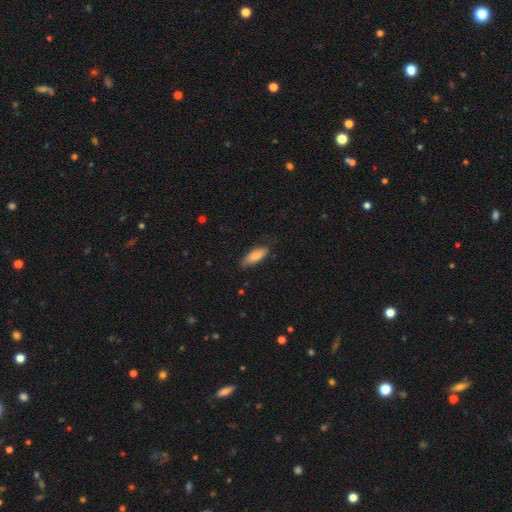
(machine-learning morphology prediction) Smooth or featured? smooth (83%)
How rounded? in between (64%)
Merging? none (78%)